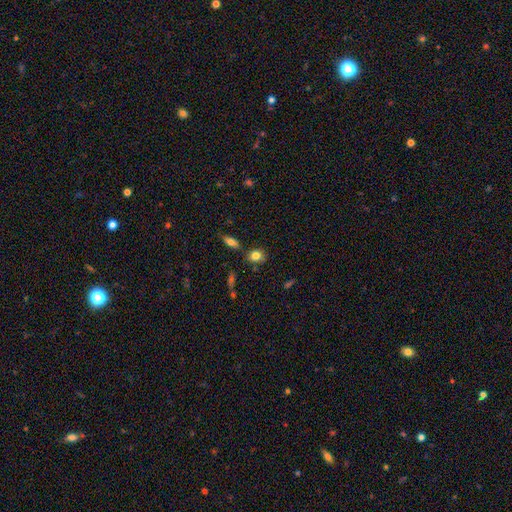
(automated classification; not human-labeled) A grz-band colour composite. It shows a smooth galaxy with no disk features (82%) that is round (53%). Merging: none (74%).